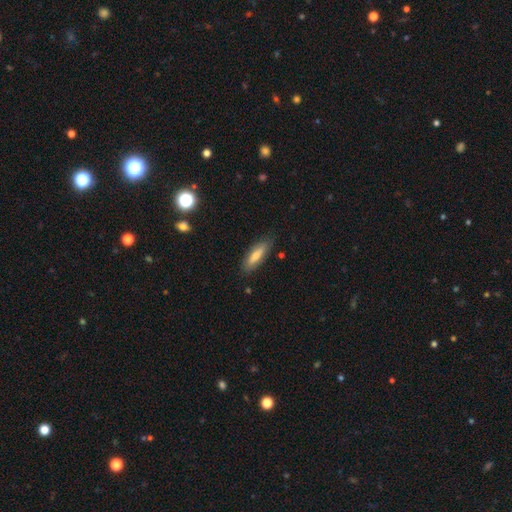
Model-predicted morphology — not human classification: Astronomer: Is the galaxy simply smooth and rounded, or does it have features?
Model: smooth — 64%.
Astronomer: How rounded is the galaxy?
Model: cigar-shaped — 59% (runner-up: in between, 39%).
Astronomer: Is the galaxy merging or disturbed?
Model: none — 84%.